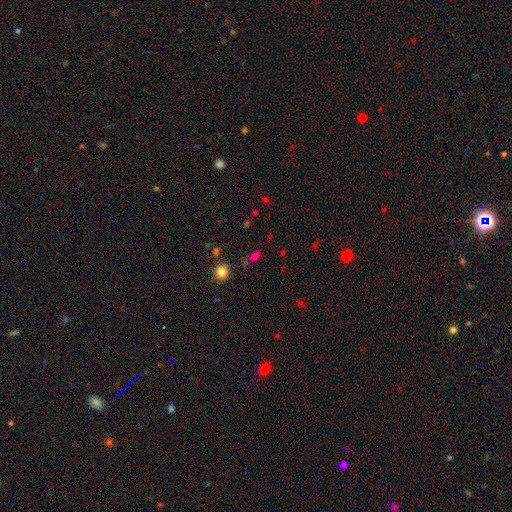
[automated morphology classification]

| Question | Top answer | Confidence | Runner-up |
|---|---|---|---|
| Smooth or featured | smooth | 64% | star or artifact (29%) |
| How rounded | in between | 59% | round (36%) |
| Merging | none | 65% | minor disturbance (16%) |